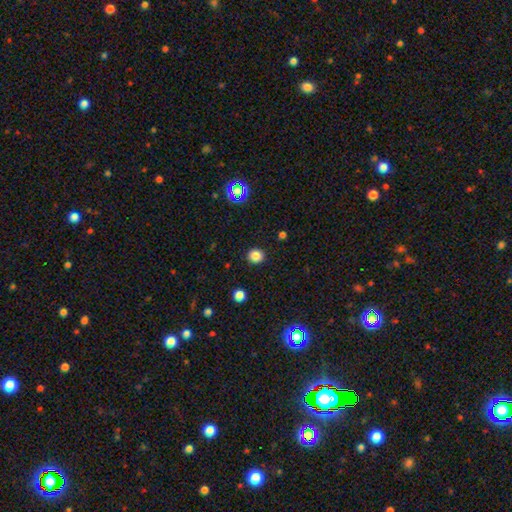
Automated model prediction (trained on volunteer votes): Morphology: type=smooth (83%); roundness=round (88%); merging=none (91%).